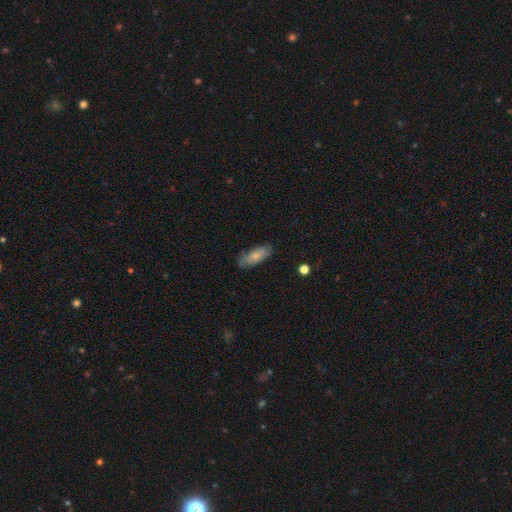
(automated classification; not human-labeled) This appears to be a smooth galaxy with no disk features (75%) that is in between round and cigar-shaped (78%). Merging: none (76%).